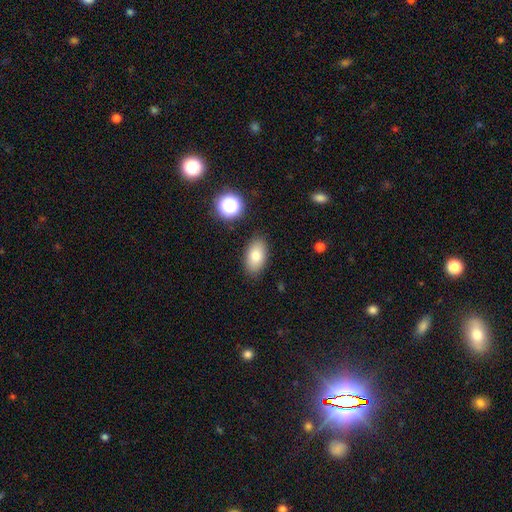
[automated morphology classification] Smooth or featured?
  - smooth: 81% *
  - featured or disk: 10%
  - star or artifact: 9%
How rounded?
  - in between: 92% *
  - round: 6%
  - cigar-shaped: 2%
Merging?
  - none: 86% *
  - minor disturbance: 10%
  - major disturbance: 3%
  - merger: 2%